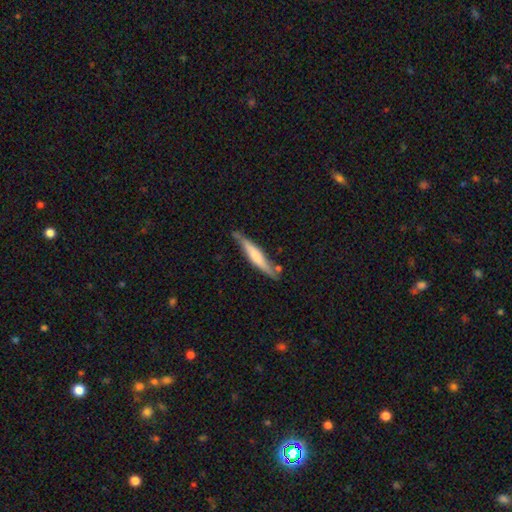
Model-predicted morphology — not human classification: type=smooth (54%); roundness=cigar-shaped (92%); merging=none (72%).